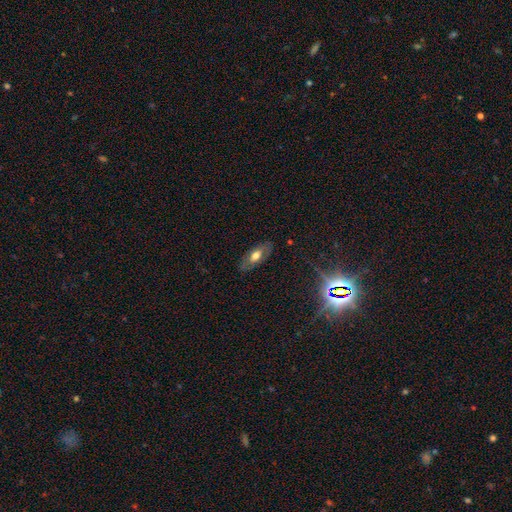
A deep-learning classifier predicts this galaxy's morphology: smooth 52%, featured or disk 40%, star or artifact 8%. Down the decision tree: how rounded — in between (83%); merging — none (82%).